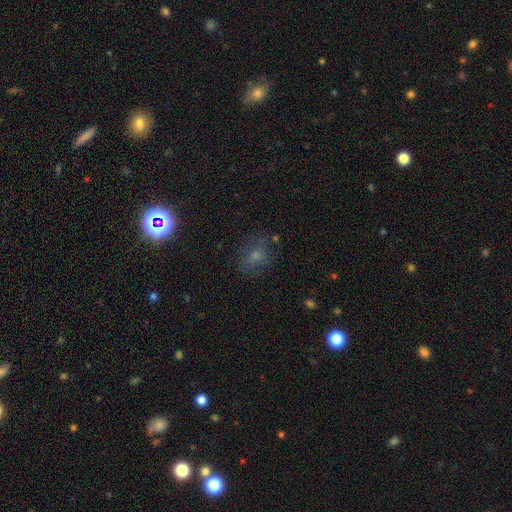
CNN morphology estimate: This is possibly a smooth galaxy (57%). How rounded: possibly round (49%, tied with in between). Merging: likely none (65%).